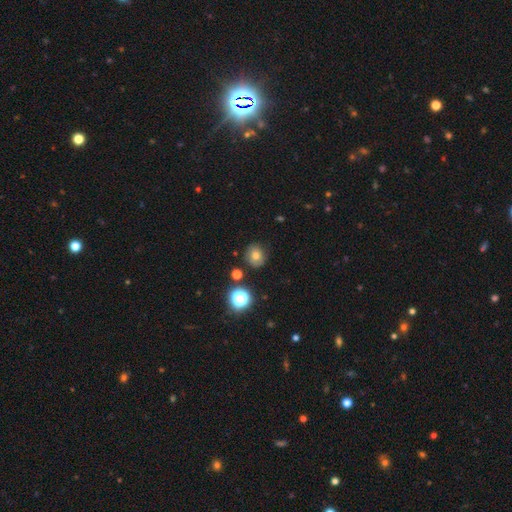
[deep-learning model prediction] Overall: smooth (68%). How rounded: round (82%). Merging: none (83%).